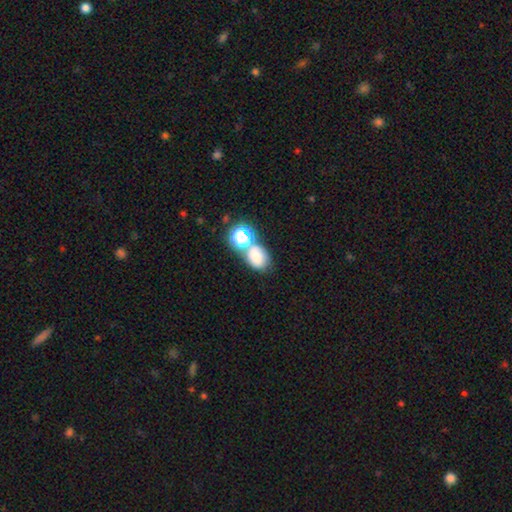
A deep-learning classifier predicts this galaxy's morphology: A smooth galaxy with no disk features (67%) that is in between round and cigar-shaped (56%). Merging: none (45%).